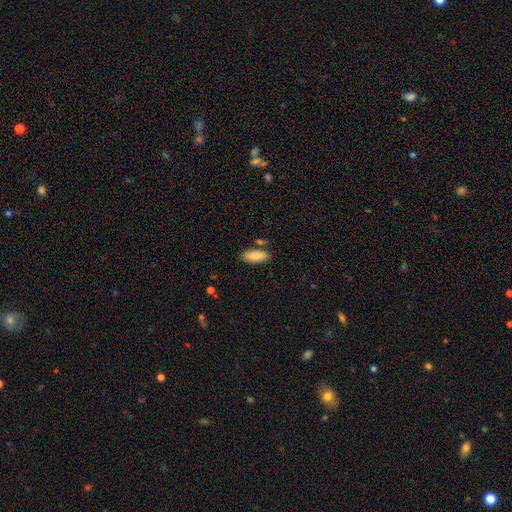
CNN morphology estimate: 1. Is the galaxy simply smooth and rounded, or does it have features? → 86% smooth, 7% featured or disk, 6% star or artifact.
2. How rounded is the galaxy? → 80% in between, 18% cigar-shaped, 2% round.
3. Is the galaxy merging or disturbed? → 78% none, 13% minor disturbance, 7% merger, 3% major disturbance.